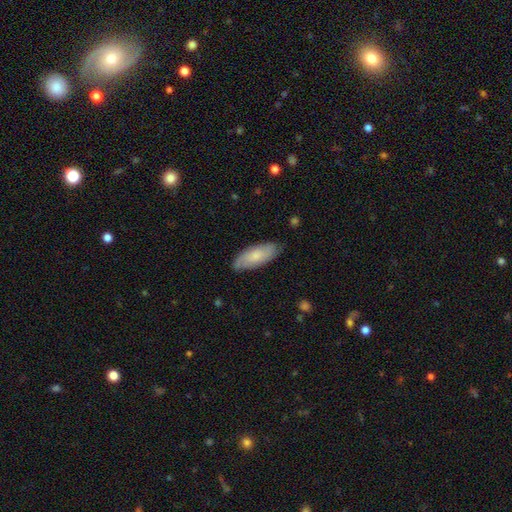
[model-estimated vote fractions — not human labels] smooth 69%, featured or disk 26%, star or artifact 6%. Down the decision tree: how rounded — in between (78%); merging — none (80%).